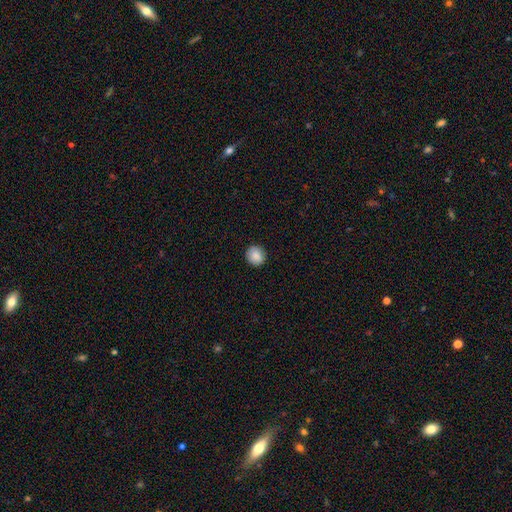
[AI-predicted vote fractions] Q: Smooth or featured?
A: smooth (88%); runner-up: star or artifact (8%)
Q: How rounded?
A: round (88%); runner-up: in between (12%)
Q: Merging?
A: none (92%); runner-up: minor disturbance (6%)